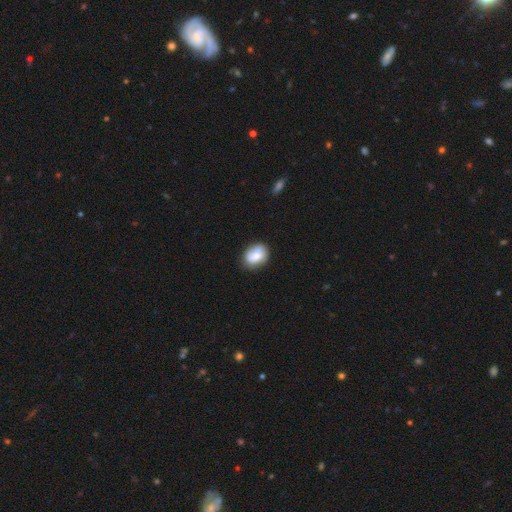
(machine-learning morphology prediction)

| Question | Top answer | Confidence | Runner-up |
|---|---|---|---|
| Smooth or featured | smooth | 74% | featured or disk (18%) |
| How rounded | in between | 67% | round (32%) |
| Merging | none | 72% | minor disturbance (21%) |